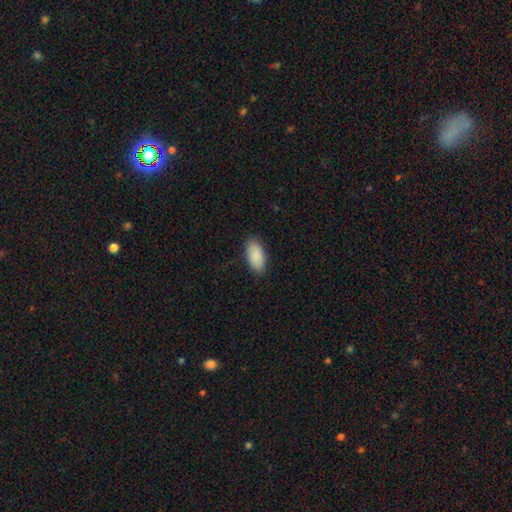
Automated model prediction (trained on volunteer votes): This is clearly a smooth galaxy (90%). How rounded: clearly in between (93%). Merging: clearly none (85%).